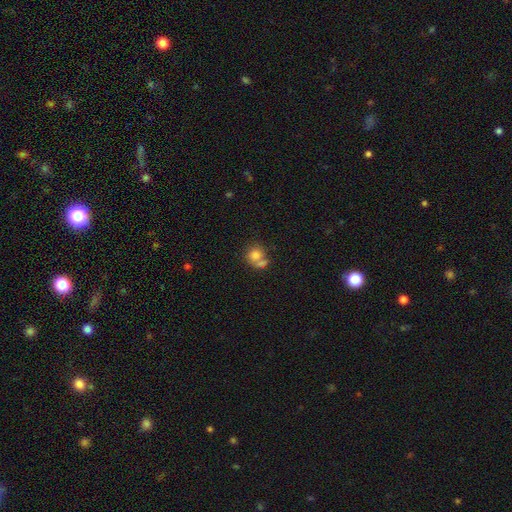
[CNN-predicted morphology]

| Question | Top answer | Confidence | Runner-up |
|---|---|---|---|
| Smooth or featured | smooth | 78% | featured or disk (13%) |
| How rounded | round | 78% | in between (21%) |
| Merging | merger | 43% | none (40%) |